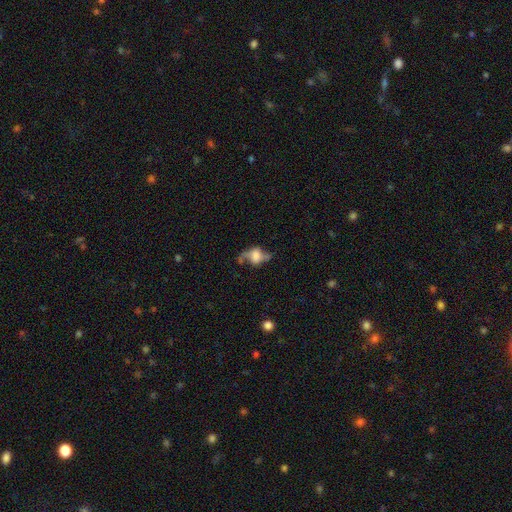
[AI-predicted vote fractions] featured or disk 62%, smooth 28%, star or artifact 10%. Down the decision tree: edge-on disk — no (86%); bar — no (56%); spiral arms — yes (78%); bulge size — large (37%); merging — none (49%).